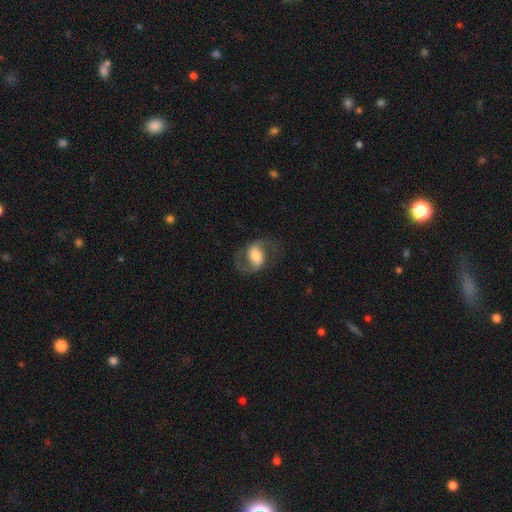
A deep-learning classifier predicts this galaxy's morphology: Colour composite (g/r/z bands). It shows a featured or disk galaxy (74%) with a weak bar (41%), 2 (91%) medium (50%) spiral arms (92%) and a moderate central bulge (51%). Merging: none (73%).